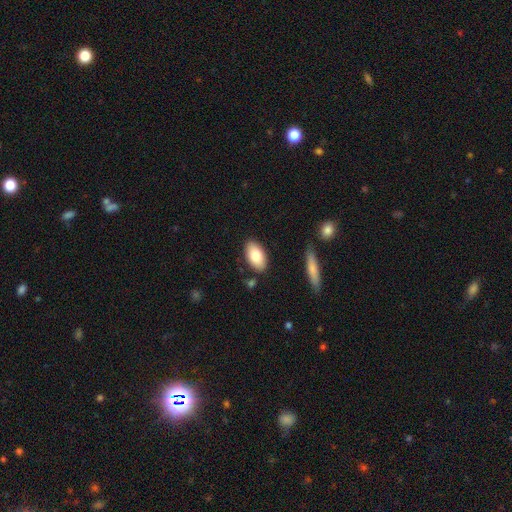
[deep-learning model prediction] Overall: smooth (80%). How rounded: in between (94%). Merging: none (84%).